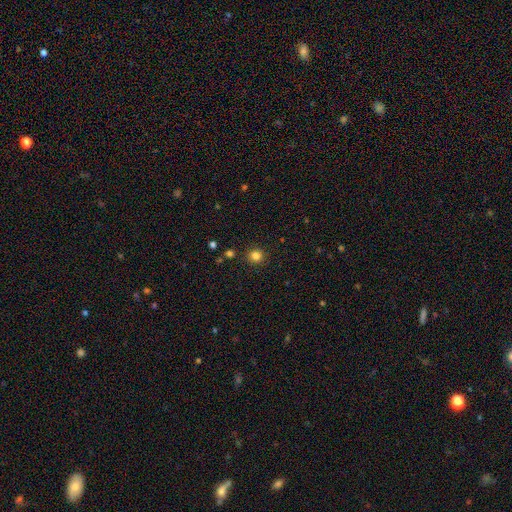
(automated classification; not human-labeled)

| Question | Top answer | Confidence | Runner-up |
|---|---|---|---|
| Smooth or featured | smooth | 82% | star or artifact (14%) |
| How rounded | round | 92% | in between (7%) |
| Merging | none | 91% | minor disturbance (5%) |